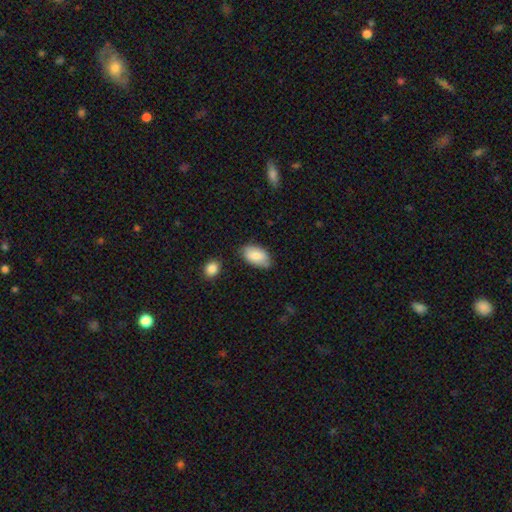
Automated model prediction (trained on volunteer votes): smooth-or-featured: smooth: 79% | featured or disk: 15% | star or artifact: 7%
  how-rounded: in between: 94% | round: 5% | cigar-shaped: 2%
  merging: none: 74% | minor disturbance: 20% | major disturbance: 3% | merger: 3%